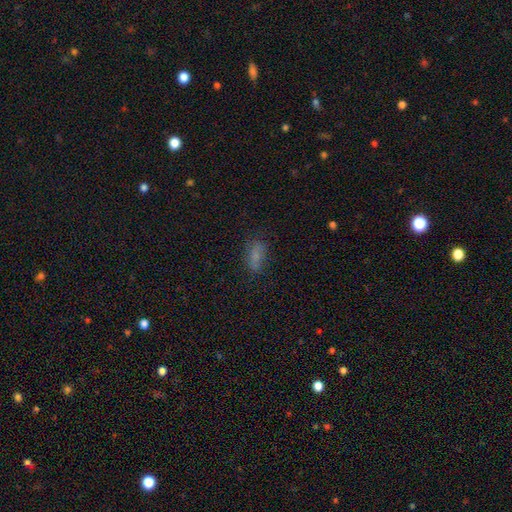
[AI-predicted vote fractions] A smooth galaxy with no disk features (71%) that is in between round and cigar-shaped (85%).

Vote fractions:
- Smooth or featured? smooth: 71% / featured or disk: 15% / star or artifact: 14%
- How rounded? in between: 85% / cigar-shaped: 9% / round: 6%
- Merging? none: 72% / minor disturbance: 19% / major disturbance: 7% / merger: 2%